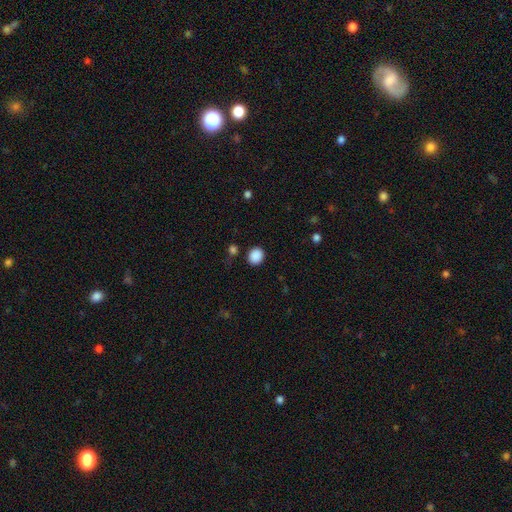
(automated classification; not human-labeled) Overall: smooth (89%). How rounded: round (75%). Merging: none (87%).